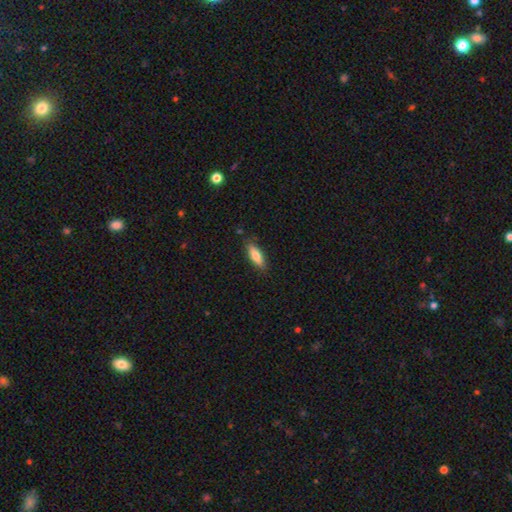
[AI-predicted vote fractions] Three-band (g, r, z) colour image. It shows a smooth galaxy with no disk features (79%) that is in between round and cigar-shaped (56%). Merging: none (85%).